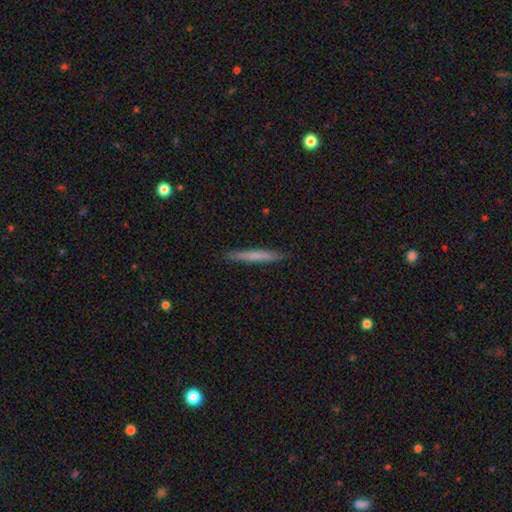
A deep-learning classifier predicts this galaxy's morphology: type=smooth (68%); roundness=cigar-shaped (96%); merging=none (90%).